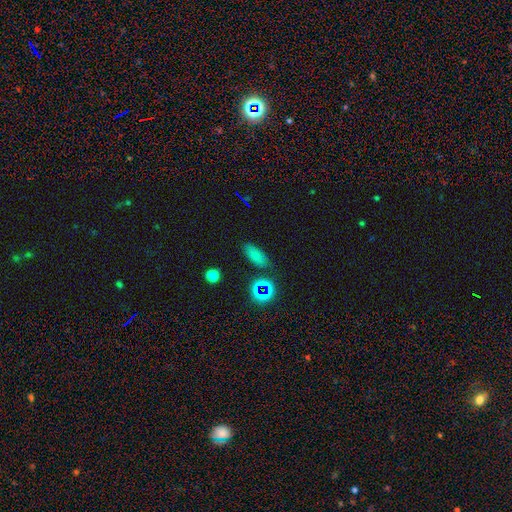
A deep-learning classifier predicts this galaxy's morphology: A smooth galaxy with no disk features (68%) that is in between round and cigar-shaped (81%). Merging: none (79%).